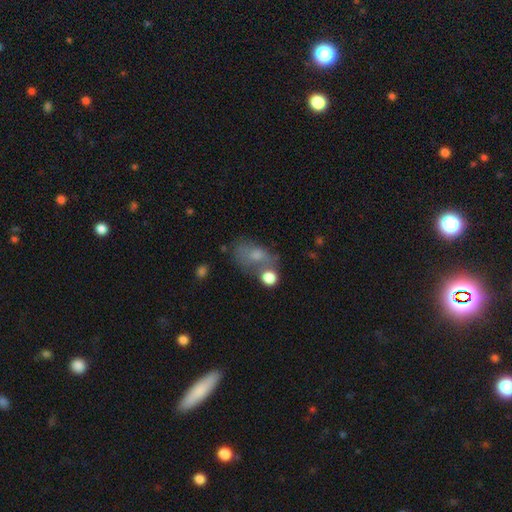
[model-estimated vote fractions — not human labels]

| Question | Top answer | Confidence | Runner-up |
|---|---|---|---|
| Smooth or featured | smooth | 61% | featured or disk (23%) |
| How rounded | in between | 75% | round (22%) |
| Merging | none | 39% | merger (22%) |